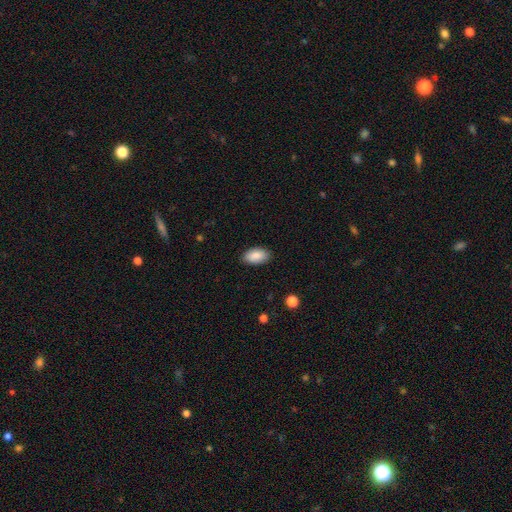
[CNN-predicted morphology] Overall: smooth (88%). How rounded: in between (94%). Merging: none (87%).